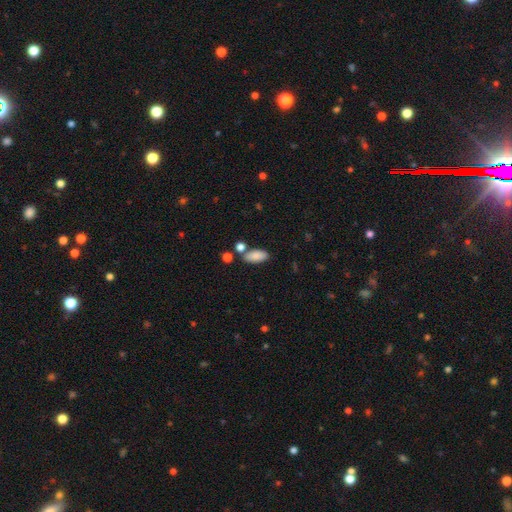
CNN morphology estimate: Overall: smooth (86%). How rounded: in between (89%). Merging: none (71%).